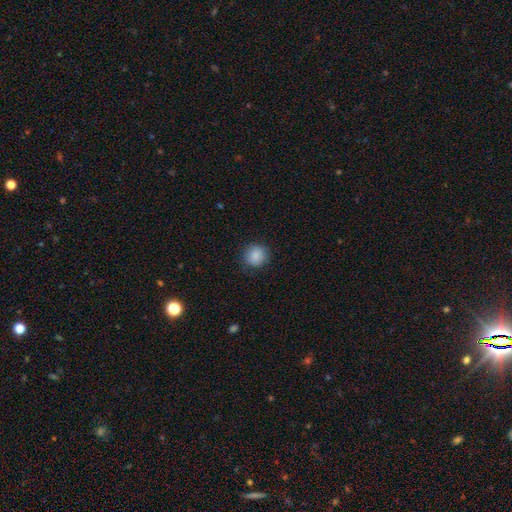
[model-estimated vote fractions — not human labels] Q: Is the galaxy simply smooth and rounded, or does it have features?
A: smooth — 87%.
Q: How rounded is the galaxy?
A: round — 90%.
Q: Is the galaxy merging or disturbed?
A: none — 86%.